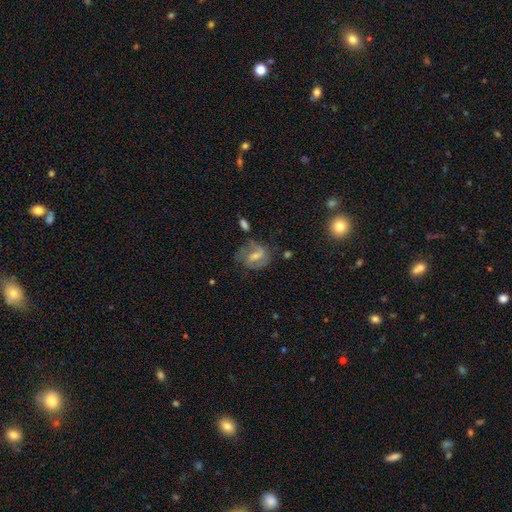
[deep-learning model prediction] Smooth or featured?
  - featured or disk: 59% *
  - smooth: 32%
  - star or artifact: 9%
Edge-on disk?
  - no: 96% *
  - yes: 4%
Bar?
  - weak: 50% *
  - strong: 25%
  - no: 25%
Spiral arms?
  - yes: 76% *
  - no: 24%
Bulge size?
  - moderate: 44% *
  - small: 32%
  - none: 13%
  - large: 9%
  - dominant: 1%
Merging?
  - none: 50% *
  - minor disturbance: 25%
  - major disturbance: 19%
  - merger: 5%